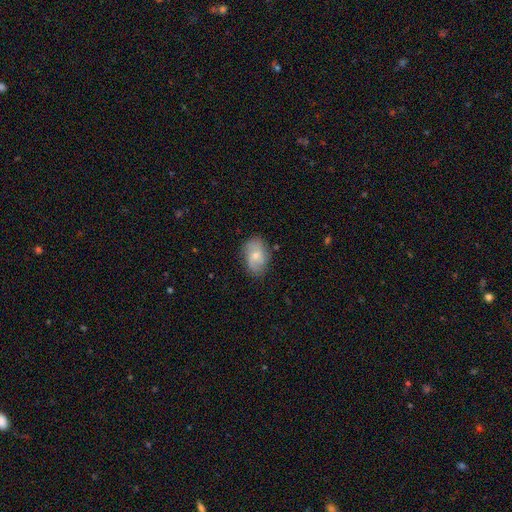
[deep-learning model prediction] A smooth galaxy with no disk features (46%, tied with featured or disk). Merging: none (74%).